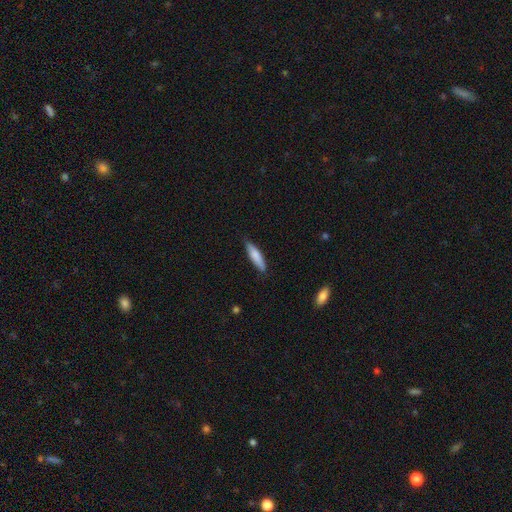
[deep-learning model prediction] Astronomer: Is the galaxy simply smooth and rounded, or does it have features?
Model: smooth — 78%.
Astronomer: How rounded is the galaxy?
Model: cigar-shaped — 75%.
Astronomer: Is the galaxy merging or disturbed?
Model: none — 81%.